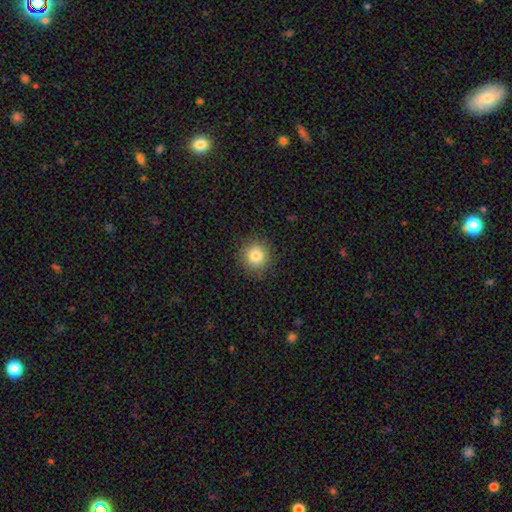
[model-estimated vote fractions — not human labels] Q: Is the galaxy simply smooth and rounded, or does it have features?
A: smooth — 82%.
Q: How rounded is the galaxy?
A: round — 94%.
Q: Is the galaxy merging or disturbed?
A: none — 90%.